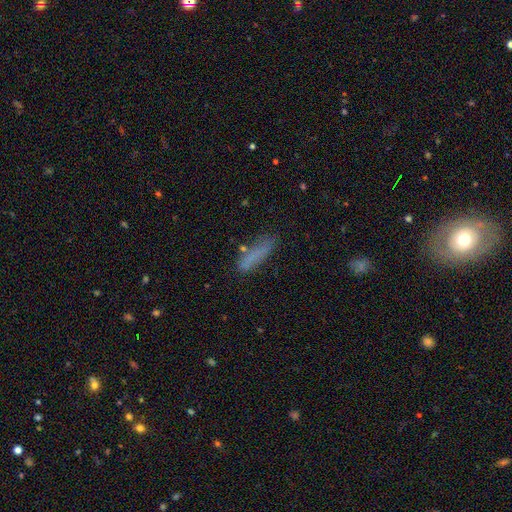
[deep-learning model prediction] This is likely a smooth galaxy (74%). How rounded: clearly cigar-shaped (81%). Merging: likely none (76%).